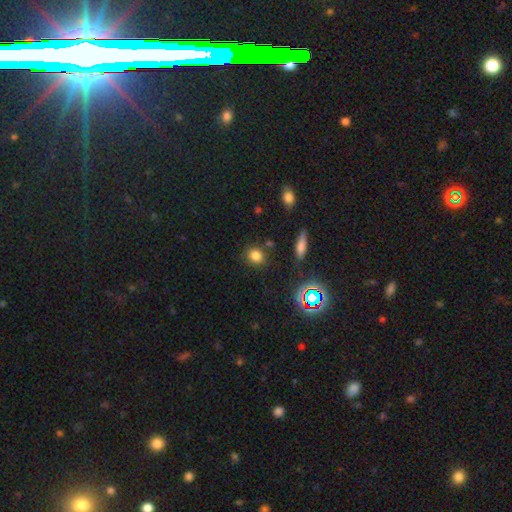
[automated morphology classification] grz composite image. It shows a smooth galaxy with no disk features (78%) that is round (71%). Merging: none (83%).